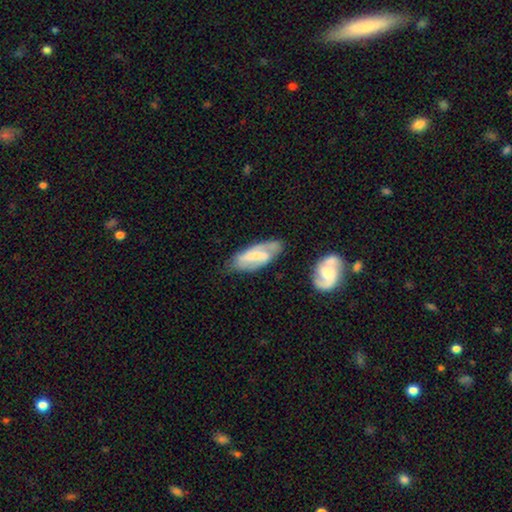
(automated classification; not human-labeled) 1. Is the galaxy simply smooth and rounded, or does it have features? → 67% featured or disk, 27% smooth, 6% star or artifact.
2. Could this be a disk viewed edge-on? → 90% no, 10% yes.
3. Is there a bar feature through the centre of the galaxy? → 44% strong, 40% weak, 16% no.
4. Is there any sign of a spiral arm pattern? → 88% yes, 12% no.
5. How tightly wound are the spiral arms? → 46% medium, 31% tight, 23% loose.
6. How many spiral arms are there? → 77% 2, 13% can't tell, 6% 1, 2% 3, 1% 4, 1% more than 4.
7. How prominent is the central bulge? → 42% small, 28% moderate, 22% none, 5% large, 1% dominant.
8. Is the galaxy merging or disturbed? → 65% none, 23% minor disturbance, 7% major disturbance, 5% merger.